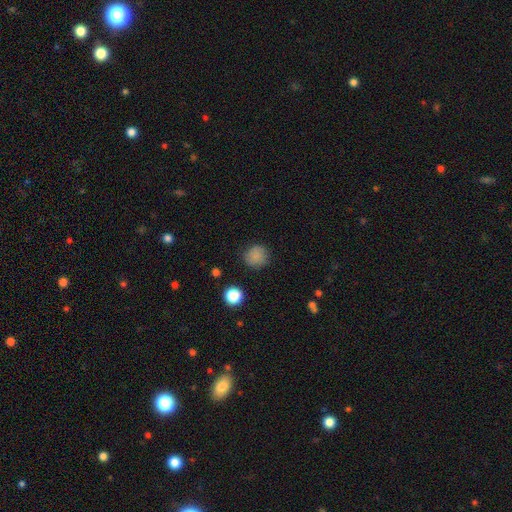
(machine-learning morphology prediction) The model was most divided on "smooth or featured": smooth: 83%, star or artifact: 12%, featured or disk: 5%. More confident: how rounded — round (90%); merging — none (83%).